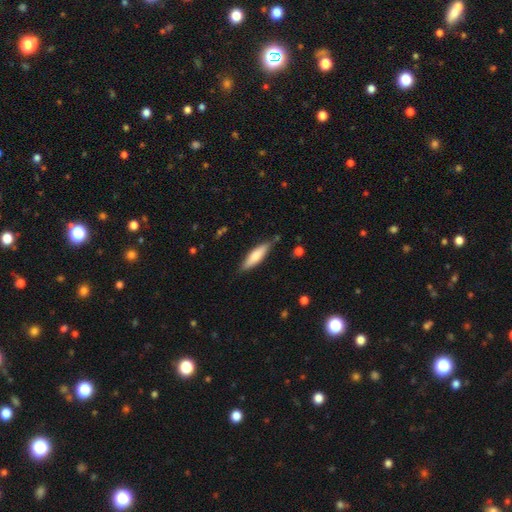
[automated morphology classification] type=smooth (67%); roundness=cigar-shaped (67%); merging=none (79%).